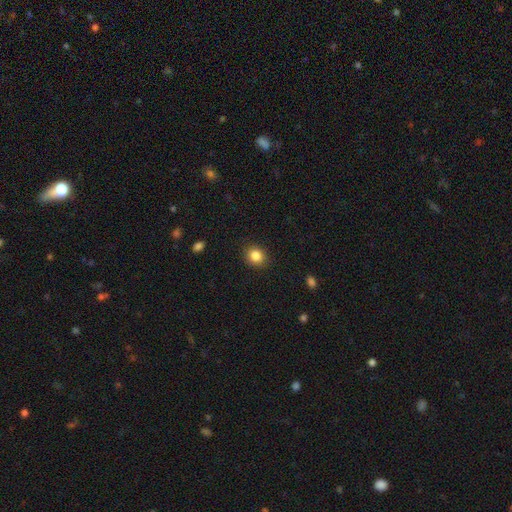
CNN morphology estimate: Smooth or featured: smooth — 85% (star or artifact — 10%)
How rounded: round — 71% (in between — 28%)
Merging: none — 88% (minor disturbance — 8%)